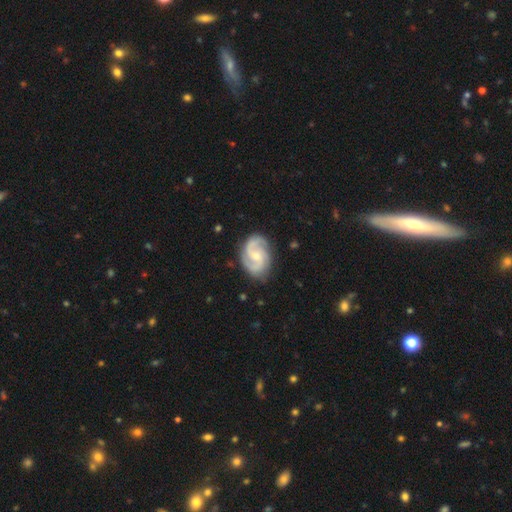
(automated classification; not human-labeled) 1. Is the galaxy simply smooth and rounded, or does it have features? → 89% featured or disk, 7% smooth, 4% star or artifact.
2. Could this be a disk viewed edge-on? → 98% no, 2% yes.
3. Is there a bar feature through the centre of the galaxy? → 52% no, 41% weak, 7% strong.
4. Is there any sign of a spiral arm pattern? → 98% yes, 2% no.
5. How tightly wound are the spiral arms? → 53% medium, 34% tight, 13% loose.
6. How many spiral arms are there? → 86% 2, 6% 3, 3% can't tell, 2% 1, 1% 4, 1% more than 4.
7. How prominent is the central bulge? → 50% small, 43% moderate, 4% none, 2% large, 1% dominant.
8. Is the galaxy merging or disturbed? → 81% none, 14% minor disturbance, 4% major disturbance, 1% merger.